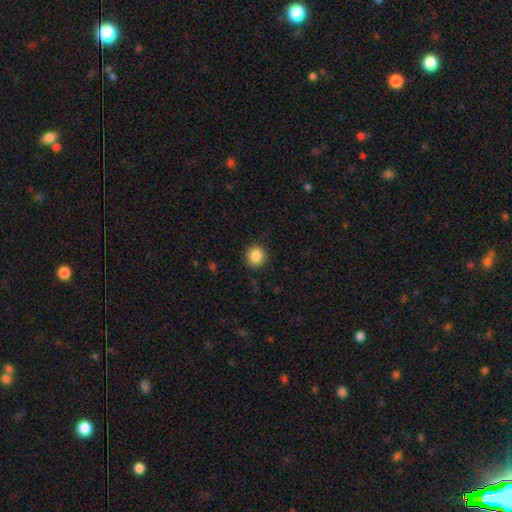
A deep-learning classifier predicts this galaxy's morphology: A smooth galaxy with no disk features (86%) that is round (93%). Merging: none (90%).